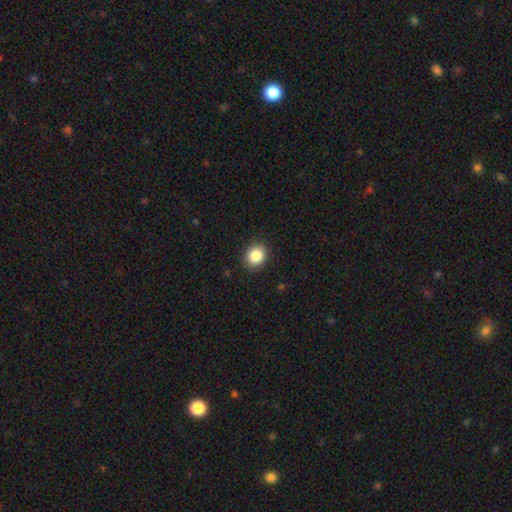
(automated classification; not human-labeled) smooth_or_featured: smooth (p=0.86) [alt: star or artifact p=0.09]
how_rounded: round (p=0.66) [alt: in between p=0.33]
merging: none (p=0.88) [alt: minor disturbance p=0.09]